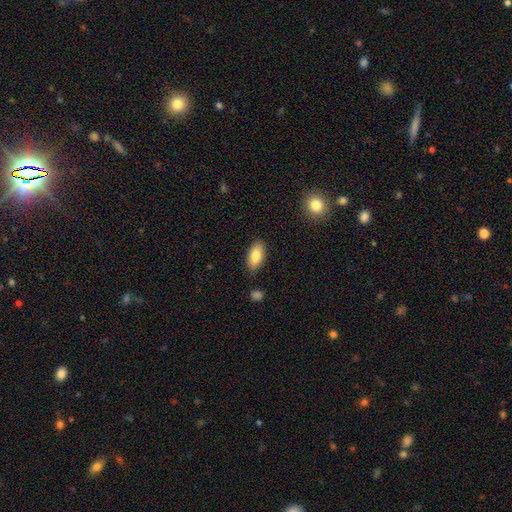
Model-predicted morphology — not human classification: smooth_or_featured: smooth (p=0.84) [alt: featured or disk p=0.10]
how_rounded: in between (p=0.91) [alt: cigar-shaped p=0.07]
merging: none (p=0.85) [alt: minor disturbance p=0.11]